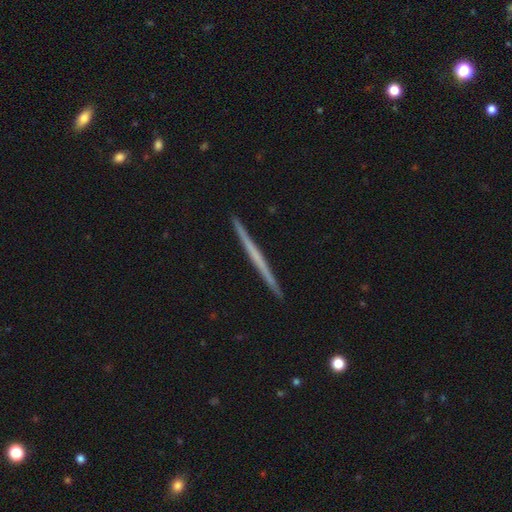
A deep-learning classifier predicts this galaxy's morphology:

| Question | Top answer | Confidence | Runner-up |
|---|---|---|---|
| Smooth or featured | featured or disk | 61% | smooth (34%) |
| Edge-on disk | yes | 98% | no (2%) |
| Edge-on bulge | none | 89% | rounded (7%) |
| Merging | none | 93% | minor disturbance (5%) |